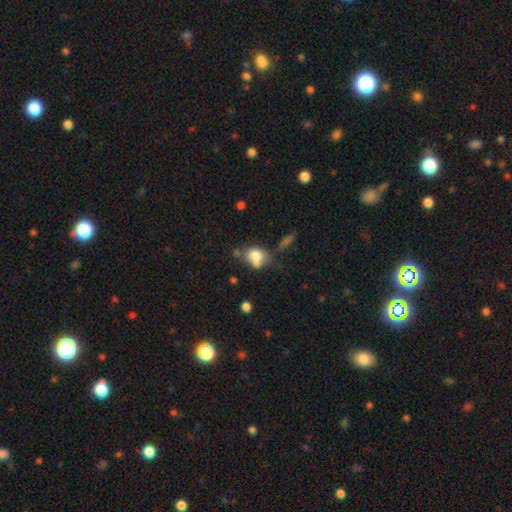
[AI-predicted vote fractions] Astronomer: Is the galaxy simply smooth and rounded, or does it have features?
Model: smooth — 73%.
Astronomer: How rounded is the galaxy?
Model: in between — 55% (runner-up: round, 43%).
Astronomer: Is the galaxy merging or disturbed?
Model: none — 40% (runner-up: merger, 36%).